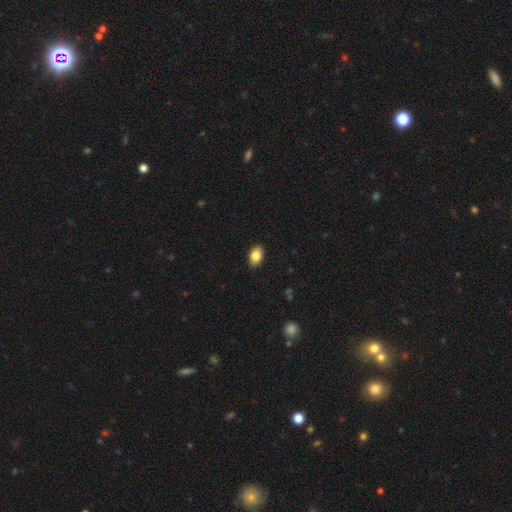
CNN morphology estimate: Overall: smooth (85%). How rounded: in between (89%). Merging: none (89%).